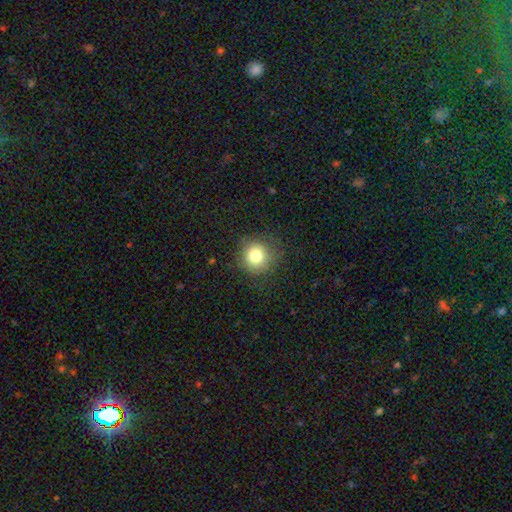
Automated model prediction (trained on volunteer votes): smooth 79%, star or artifact 12%, featured or disk 9%. Down the decision tree: how rounded — round (93%); merging — none (85%).